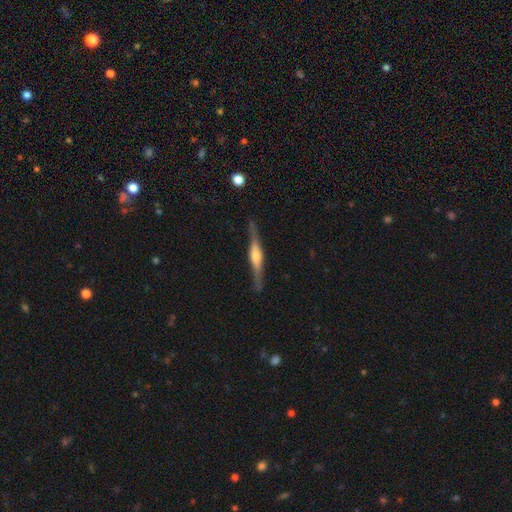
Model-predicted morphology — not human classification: featured or disk 77%, smooth 17%, star or artifact 5%. Down the decision tree: edge-on disk — yes (97%); edge-on bulge — rounded (81%); merging — none (87%).